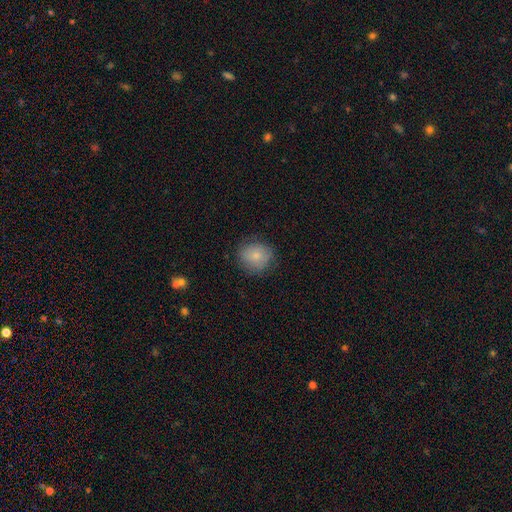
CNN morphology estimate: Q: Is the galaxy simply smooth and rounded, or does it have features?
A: smooth — 82%.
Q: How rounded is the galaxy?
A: round — 85%.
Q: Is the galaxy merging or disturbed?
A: none — 78%.